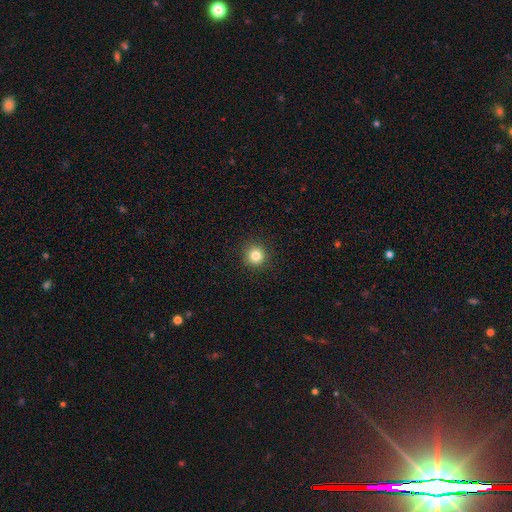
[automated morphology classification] smooth_or_featured: smooth (p=0.83) [alt: star or artifact p=0.12]
how_rounded: round (p=0.95) [alt: in between p=0.04]
merging: none (p=0.93) [alt: minor disturbance p=0.05]